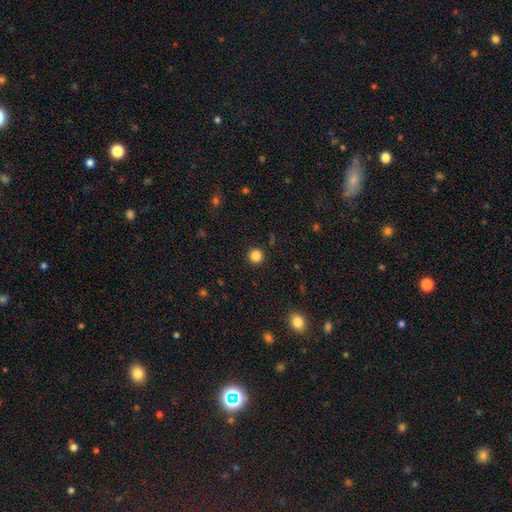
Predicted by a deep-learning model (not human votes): A smooth galaxy with no disk features (84%) that is round (95%).

Vote fractions:
- Smooth or featured? smooth: 84% / star or artifact: 12% / featured or disk: 4%
- How rounded? round: 95% / in between: 4% / cigar-shaped: 1%
- Merging? none: 92% / minor disturbance: 5% / major disturbance: 2% / merger: 1%